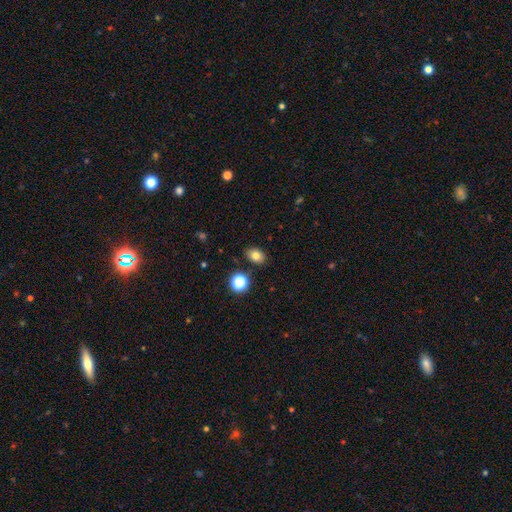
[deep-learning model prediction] This appears to be a smooth galaxy with no disk features (80%) that is in between round and cigar-shaped (71%). Merging: none (86%).